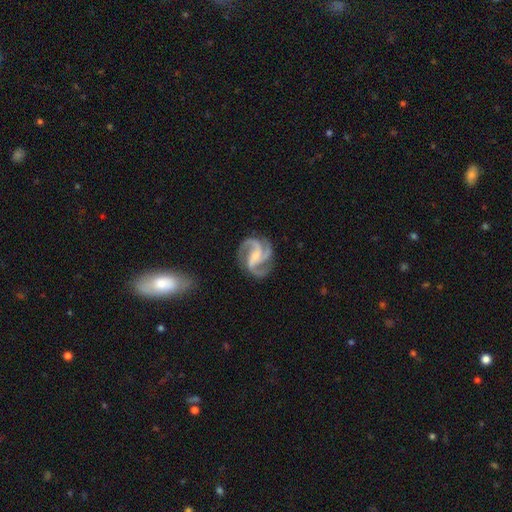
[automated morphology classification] smooth_or_featured: featured or disk (p=0.93) [alt: star or artifact p=0.04]
disk_edge_on: no (p=0.99) [alt: yes p=0.01]
bar: no (p=0.45) [alt: weak p=0.36]
has_spiral_arms: yes (p=0.99) [alt: no p=0.01]
spiral_winding: medium (p=0.61) [alt: tight p=0.24]
spiral_arm_count: 3 (p=0.75) [alt: 4 p=0.12]
bulge_size: small (p=0.62) [alt: moderate p=0.28]
merging: none (p=0.79) [alt: minor disturbance p=0.13]